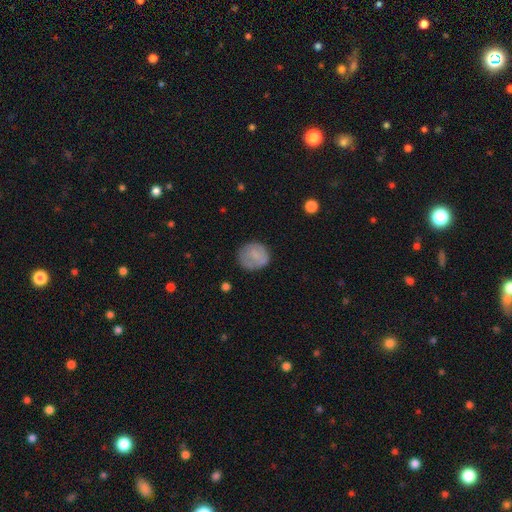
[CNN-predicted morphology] type=smooth (70%); roundness=round (83%); merging=none (72%).